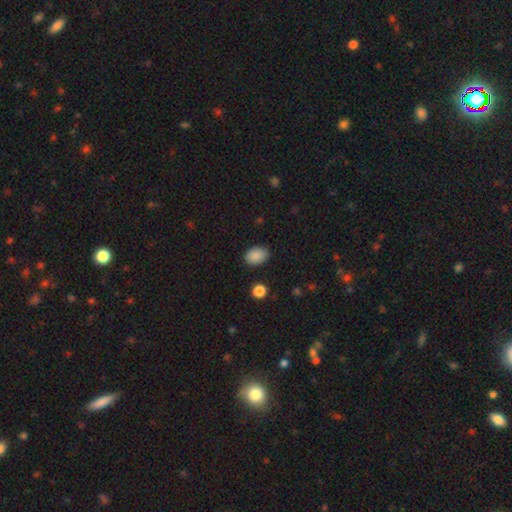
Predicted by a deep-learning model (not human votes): smooth 89%, star or artifact 8%, featured or disk 3%. Down the decision tree: how rounded — in between (83%); merging — none (87%).